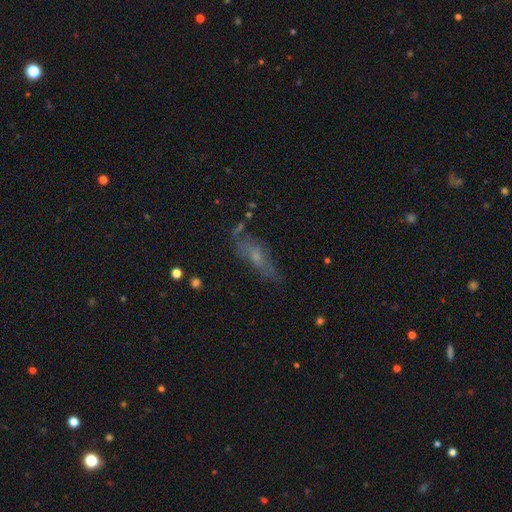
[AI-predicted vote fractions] The model was most divided on "smooth or featured": featured or disk: 47%, smooth: 38%, star or artifact: 15%. More confident: merging — none (60%).